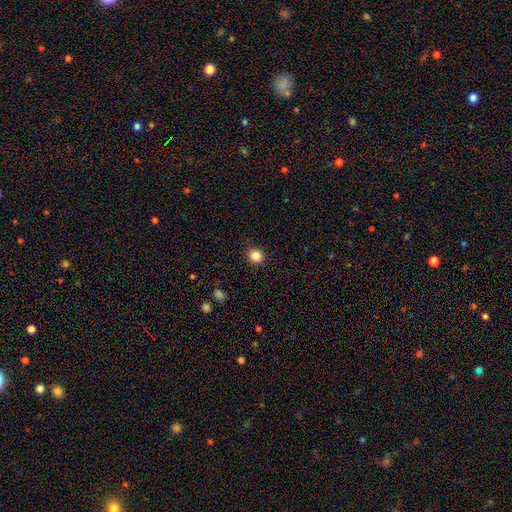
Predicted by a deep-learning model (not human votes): Q: Smooth or featured?
A: smooth (84%); runner-up: star or artifact (12%)
Q: How rounded?
A: round (90%); runner-up: in between (9%)
Q: Merging?
A: none (91%); runner-up: minor disturbance (6%)